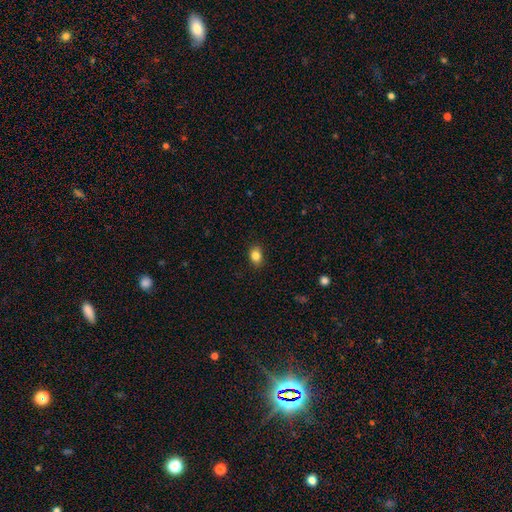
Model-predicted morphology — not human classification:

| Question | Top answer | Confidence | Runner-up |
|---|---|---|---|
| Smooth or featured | smooth | 85% | star or artifact (10%) |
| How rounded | in between | 69% | round (30%) |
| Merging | none | 86% | minor disturbance (11%) |